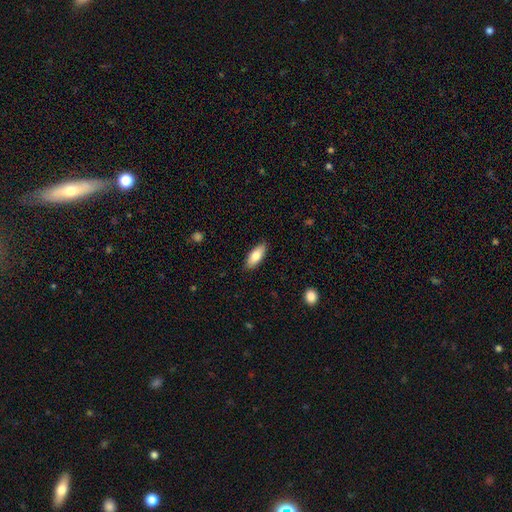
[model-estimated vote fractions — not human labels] Smooth or featured: smooth — 81% (featured or disk — 13%)
How rounded: in between — 78% (cigar-shaped — 20%)
Merging: none — 87% (minor disturbance — 10%)